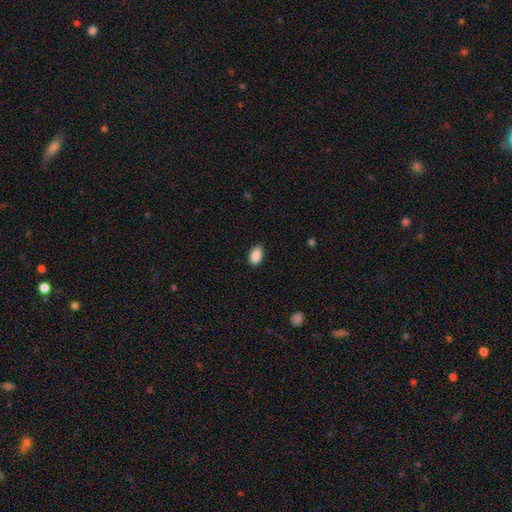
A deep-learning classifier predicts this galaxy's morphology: A smooth galaxy with no disk features (90%) that is in between round and cigar-shaped (89%). Merging: none (79%).